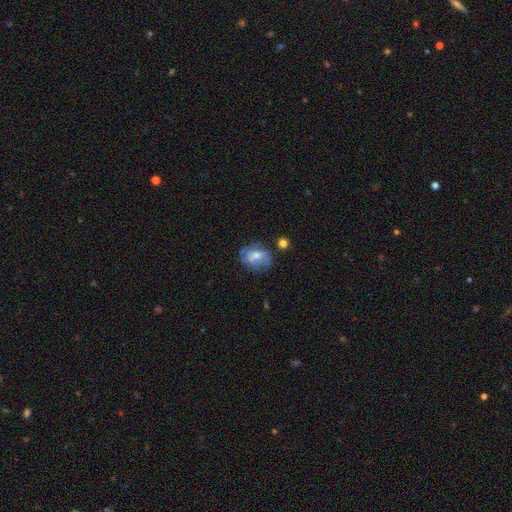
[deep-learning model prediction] A smooth galaxy with no disk features (49%). Merging: none (54%).